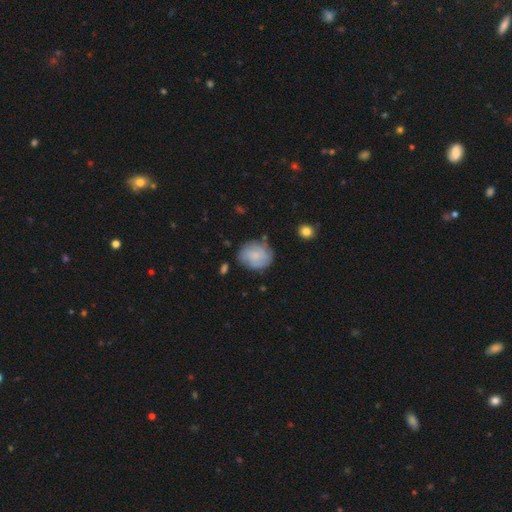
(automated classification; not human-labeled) This appears to be a smooth galaxy with no disk features (59%) that is round (63%). Merging: none (66%).